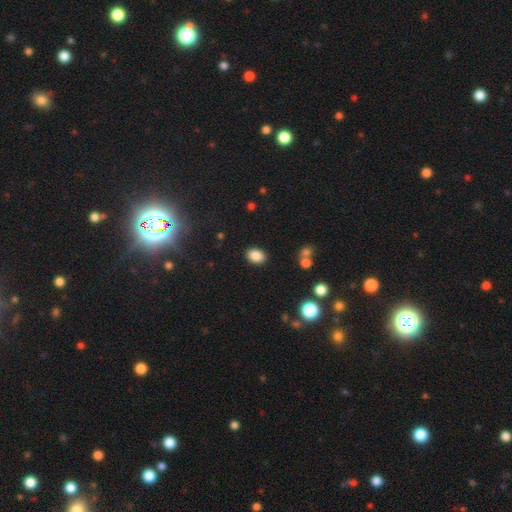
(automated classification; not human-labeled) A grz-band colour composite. It shows a smooth galaxy with no disk features (86%) that is in between round and cigar-shaped (74%). Merging: none (88%).